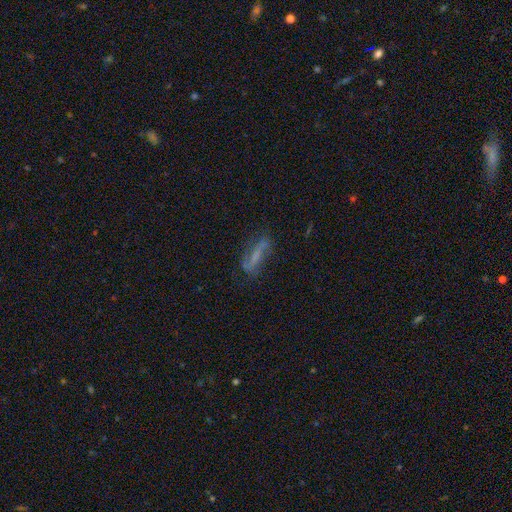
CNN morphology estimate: Smooth or featured?
  - featured or disk: 59% *
  - smooth: 30%
  - star or artifact: 11%
Edge-on disk?
  - no: 81% *
  - yes: 19%
Merging?
  - none: 64% *
  - minor disturbance: 21%
  - major disturbance: 11%
  - merger: 3%